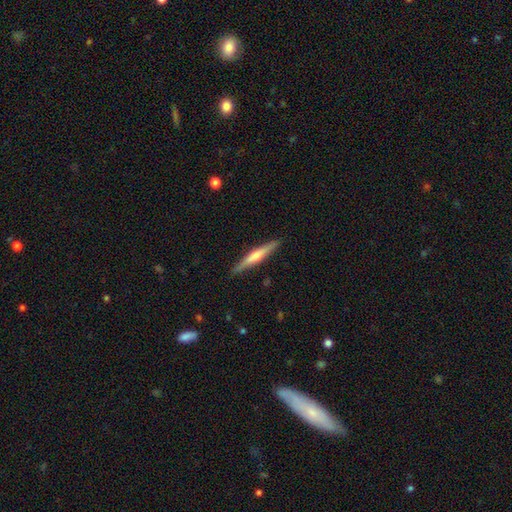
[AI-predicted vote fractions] Smooth or featured?
  - featured or disk: 64% *
  - smooth: 30%
  - star or artifact: 6%
Edge-on disk?
  - yes: 97% *
  - no: 3%
Edge-on bulge?
  - rounded: 79% *
  - none: 14%
  - boxy: 8%
Merging?
  - none: 91% *
  - minor disturbance: 7%
  - major disturbance: 1%
  - merger: 1%